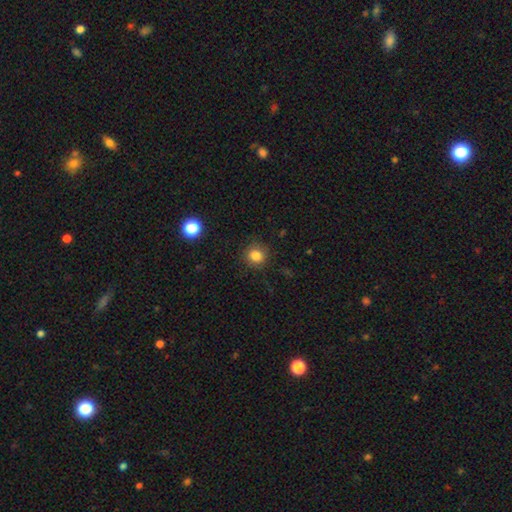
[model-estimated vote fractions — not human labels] Smooth or featured? smooth (83%)
How rounded? round (88%)
Merging? none (86%)